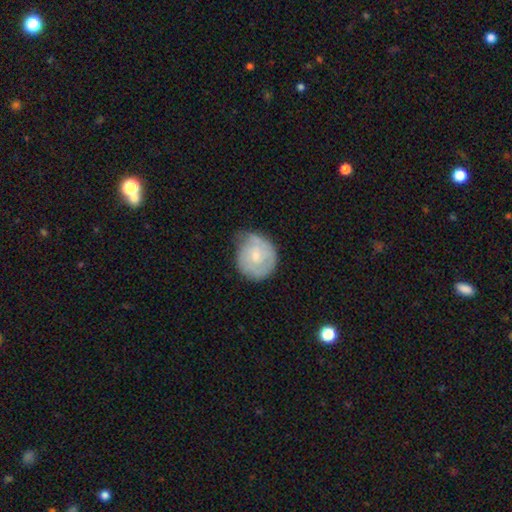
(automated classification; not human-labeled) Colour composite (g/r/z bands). It shows a smooth galaxy with no disk features (47%, tied with featured or disk). Merging: none (51%).